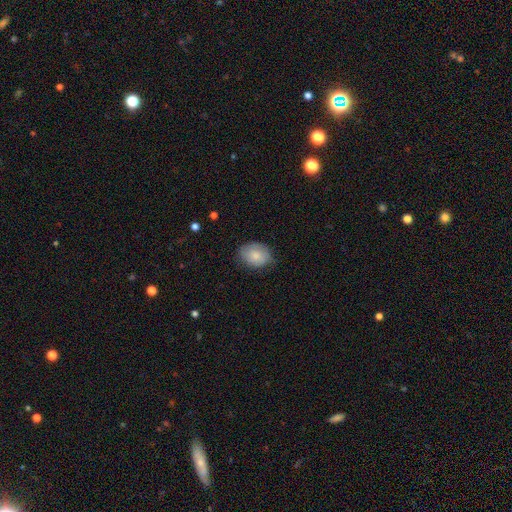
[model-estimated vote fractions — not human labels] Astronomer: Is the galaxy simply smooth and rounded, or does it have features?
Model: smooth — 81%.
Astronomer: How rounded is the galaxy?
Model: in between — 61% (runner-up: round, 38%).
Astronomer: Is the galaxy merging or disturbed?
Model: none — 73%.